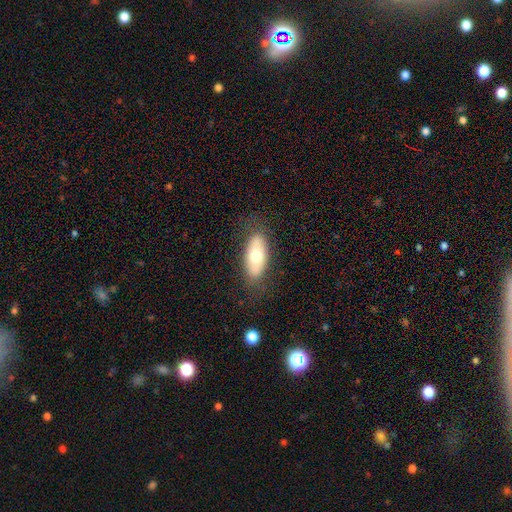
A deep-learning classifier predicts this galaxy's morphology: Smooth or featured? smooth (61%)
How rounded? in between (86%)
Merging? none (79%)